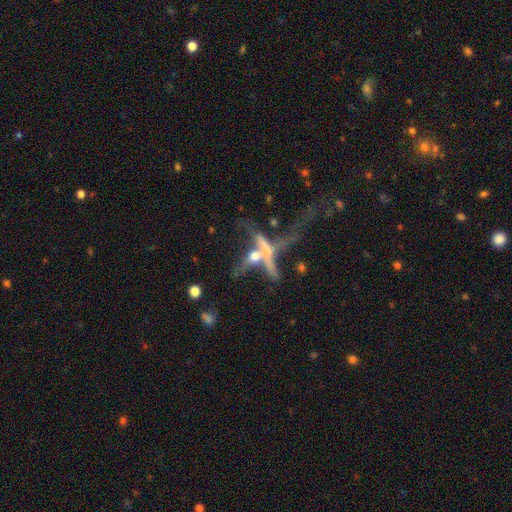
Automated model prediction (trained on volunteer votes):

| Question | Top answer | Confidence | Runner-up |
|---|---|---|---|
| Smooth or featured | featured or disk | 57% | smooth (30%) |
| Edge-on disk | yes | 52% | no (48%) |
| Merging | merger | 56% | none (19%) |